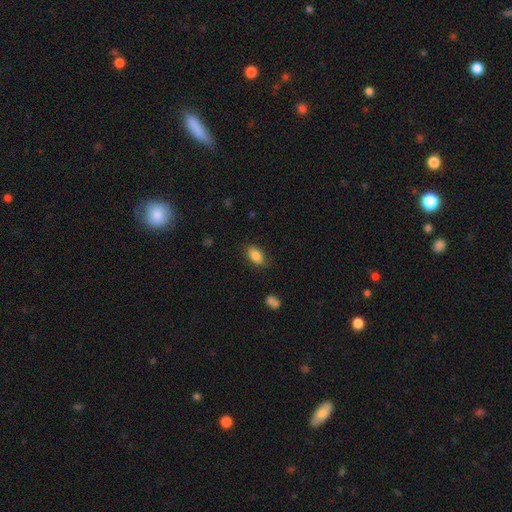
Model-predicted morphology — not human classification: A smooth galaxy with no disk features (86%) that is in between round and cigar-shaped (91%).

Vote fractions:
- Smooth or featured? smooth: 86% / star or artifact: 8% / featured or disk: 6%
- How rounded? in between: 91% / round: 5% / cigar-shaped: 4%
- Merging? none: 82% / minor disturbance: 13% / major disturbance: 3% / merger: 1%